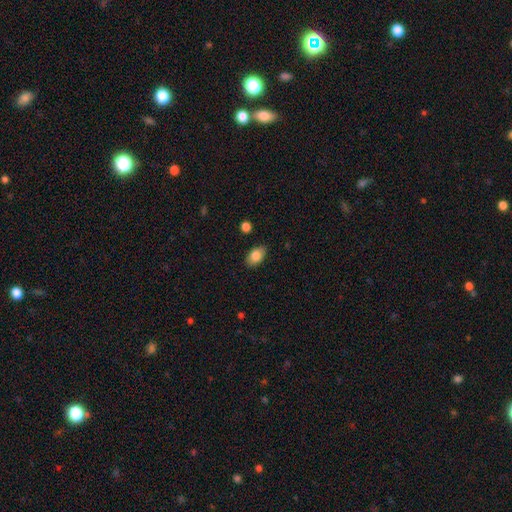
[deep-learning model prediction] A smooth galaxy with no disk features (83%) that is in between round and cigar-shaped (90%). Merging: none (86%).